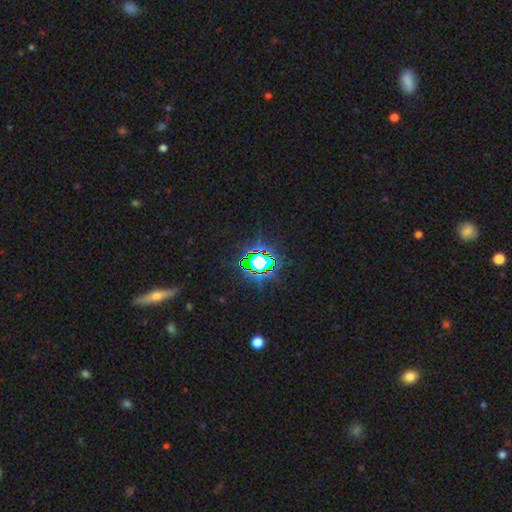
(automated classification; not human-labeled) Morphology: type=star or artifact (72%).